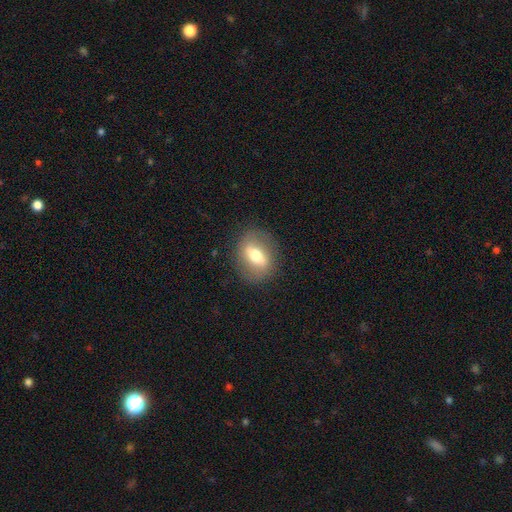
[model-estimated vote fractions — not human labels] Morphology: type=featured or disk (47%); merging=none (83%).